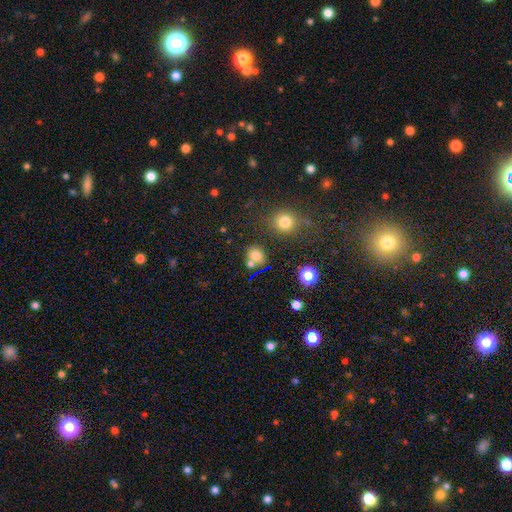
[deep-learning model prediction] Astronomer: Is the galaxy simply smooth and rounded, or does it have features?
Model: smooth — 72%.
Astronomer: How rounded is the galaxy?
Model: round — 63%.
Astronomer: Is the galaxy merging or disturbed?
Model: none — 59%.